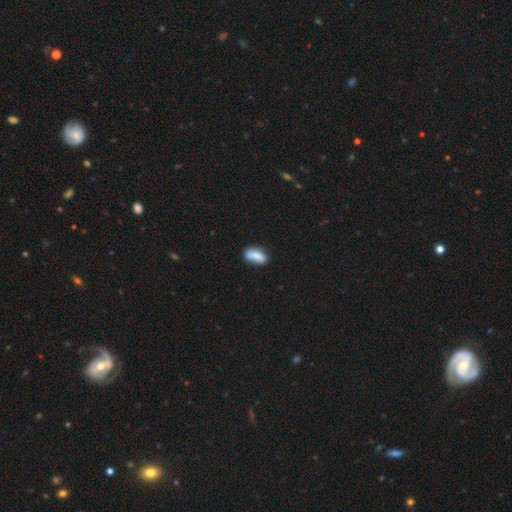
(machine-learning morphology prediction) smooth 85%, star or artifact 7%, featured or disk 7%. Down the decision tree: how rounded — in between (84%); merging — none (68%).